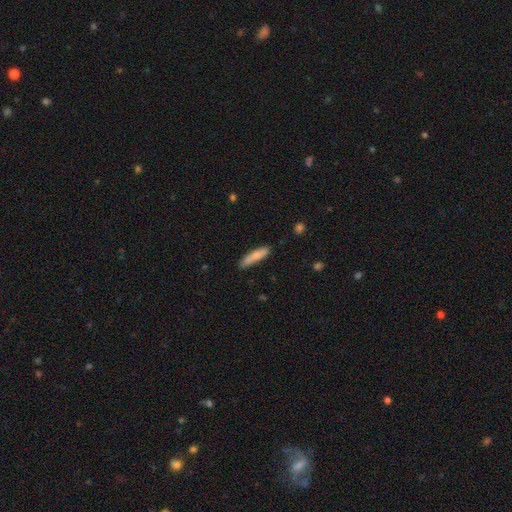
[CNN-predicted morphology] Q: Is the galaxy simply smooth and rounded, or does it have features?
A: smooth — 81%.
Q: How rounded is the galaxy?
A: cigar-shaped — 81%.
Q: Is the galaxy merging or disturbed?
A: none — 74%.